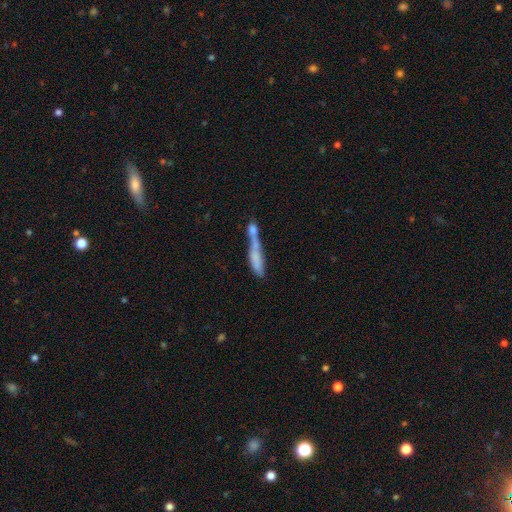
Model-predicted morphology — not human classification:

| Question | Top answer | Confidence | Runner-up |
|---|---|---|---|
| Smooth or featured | smooth | 57% | featured or disk (33%) |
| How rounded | cigar-shaped | 80% | in between (18%) |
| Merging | merger | 57% | none (20%) |